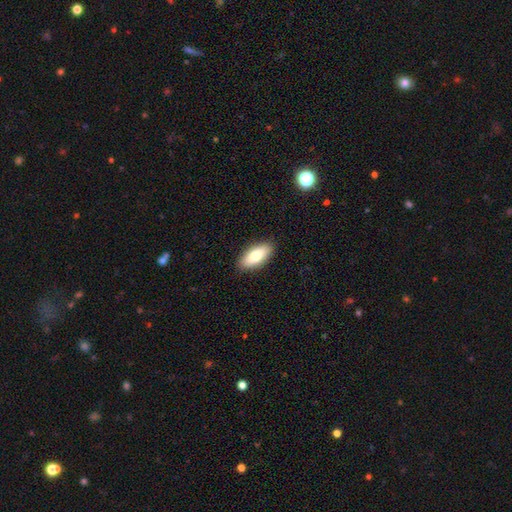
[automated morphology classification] smooth 74%, featured or disk 20%, star or artifact 7%. Down the decision tree: how rounded — in between (85%); merging — none (89%).